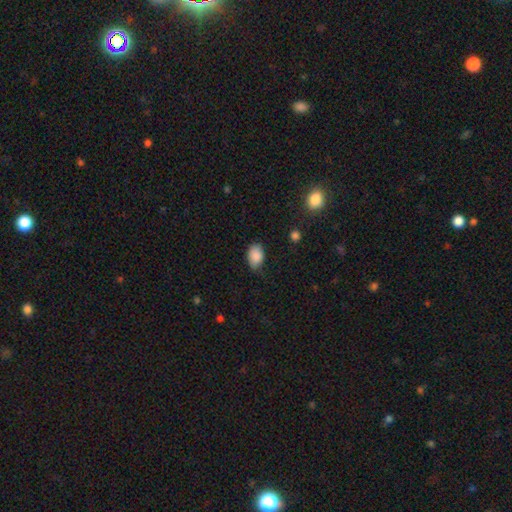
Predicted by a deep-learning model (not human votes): Smooth or featured?
  - smooth: 88% *
  - star or artifact: 7%
  - featured or disk: 5%
How rounded?
  - in between: 85% *
  - round: 14%
  - cigar-shaped: 1%
Merging?
  - none: 66% *
  - minor disturbance: 28%
  - major disturbance: 5%
  - merger: 1%